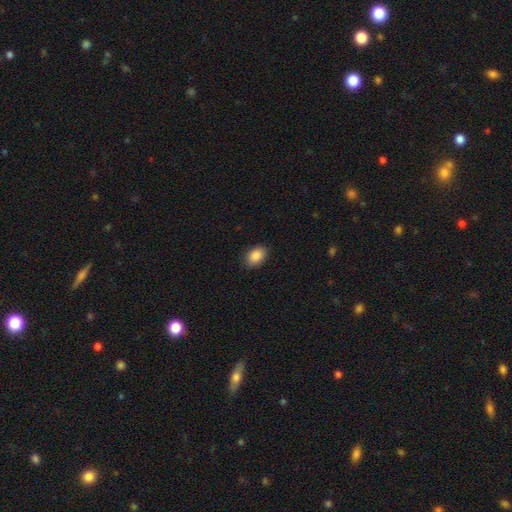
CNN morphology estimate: Q: Smooth or featured?
A: smooth (89%); runner-up: star or artifact (7%)
Q: How rounded?
A: in between (82%); runner-up: round (16%)
Q: Merging?
A: none (87%); runner-up: minor disturbance (10%)